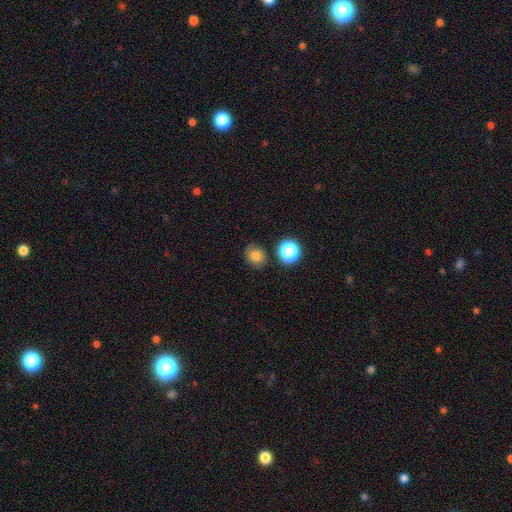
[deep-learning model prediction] This appears to be a smooth galaxy with no disk features (78%) that is round (69%). Merging: none (81%).